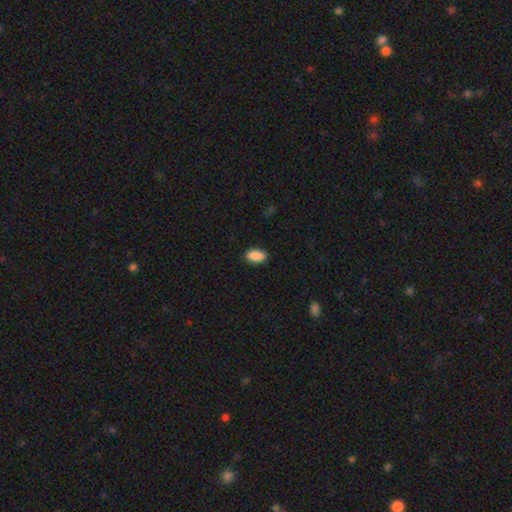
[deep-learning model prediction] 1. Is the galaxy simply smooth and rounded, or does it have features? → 90% smooth, 7% star or artifact, 3% featured or disk.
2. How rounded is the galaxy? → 93% in between, 4% round, 3% cigar-shaped.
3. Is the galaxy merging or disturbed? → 89% none, 8% minor disturbance, 2% major disturbance, 1% merger.